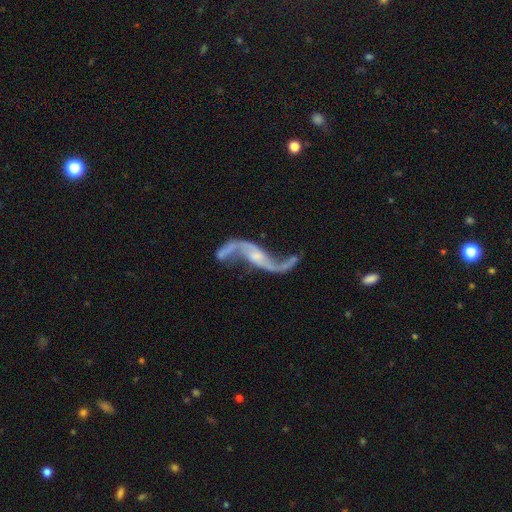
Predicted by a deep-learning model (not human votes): A featured or disk galaxy (90%) with no bar (48%), 2 (94%) loose (92%) spiral arms (95%) and a small central bulge (54%). Merging: none (58%).